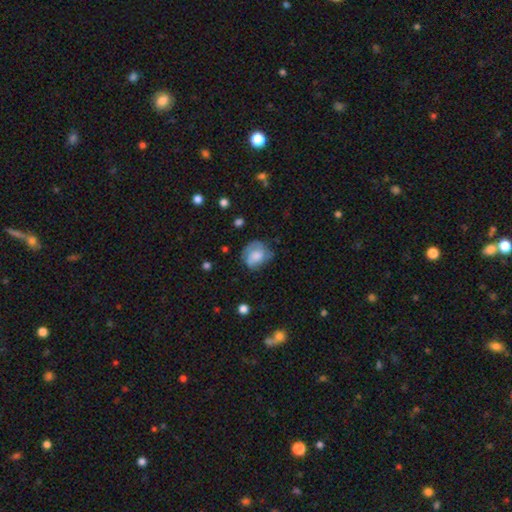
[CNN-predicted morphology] smooth-or-featured: smooth: 60% | featured or disk: 32% | star or artifact: 8%
  how-rounded: round: 57% | in between: 41% | cigar-shaped: 1%
  merging: none: 51% | minor disturbance: 30% | major disturbance: 17% | merger: 2%